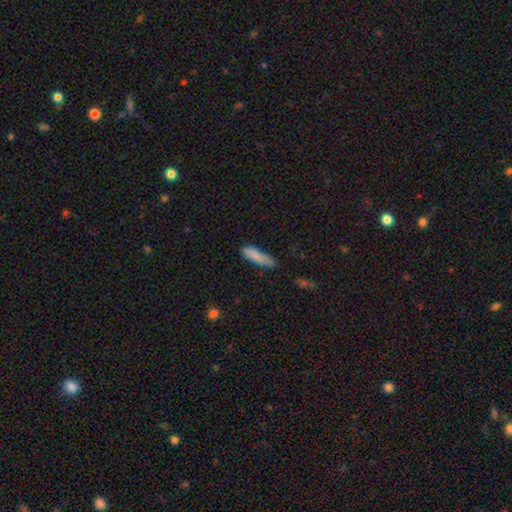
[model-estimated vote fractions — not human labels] This appears to be a smooth galaxy with no disk features (83%) that is cigar-shaped (68%). Merging: none (61%).